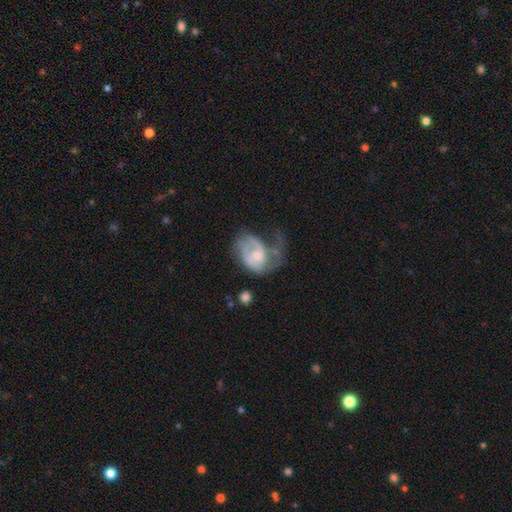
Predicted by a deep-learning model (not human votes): smooth_or_featured: featured or disk (p=0.68) [alt: smooth p=0.26]
disk_edge_on: no (p=0.98) [alt: yes p=0.02]
bar: no (p=0.72) [alt: weak p=0.25]
has_spiral_arms: yes (p=0.77) [alt: no p=0.23]
spiral_winding: medium (p=0.40) [alt: loose p=0.31]
spiral_arm_count: 1 (p=0.36) [alt: 2 p=0.35]
bulge_size: small (p=0.50) [alt: moderate p=0.40]
merging: major disturbance (p=0.52) [alt: minor disturbance p=0.21]